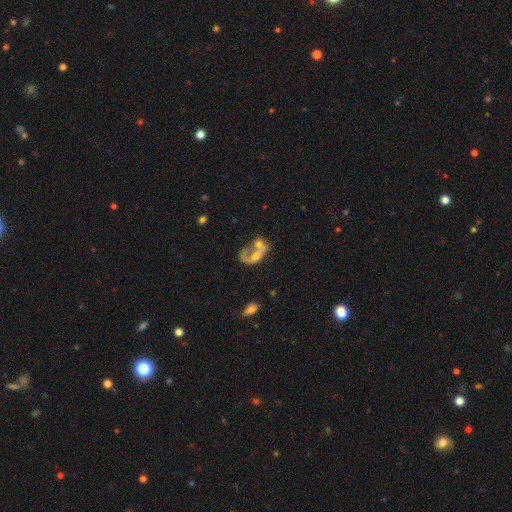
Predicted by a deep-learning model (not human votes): featured or disk 58%, smooth 31%, star or artifact 11%. Down the decision tree: edge-on disk — no (96%); bar — no (80%); spiral arms — no (64%); bulge size — moderate (43%); merging — merger (51%).